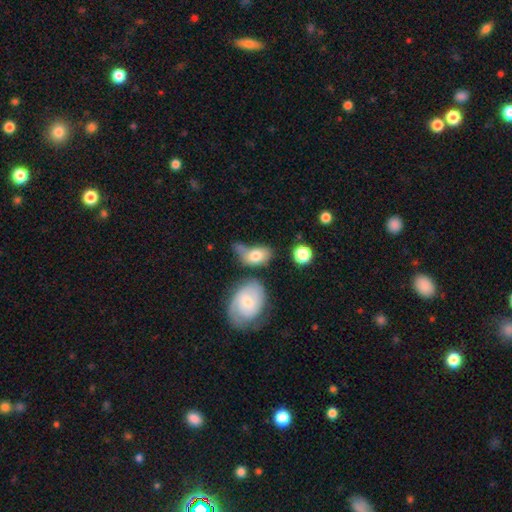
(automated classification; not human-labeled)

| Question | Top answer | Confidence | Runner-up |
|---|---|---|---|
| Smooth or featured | smooth | 73% | featured or disk (20%) |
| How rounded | in between | 87% | round (11%) |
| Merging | none | 32% | minor disturbance (27%) |